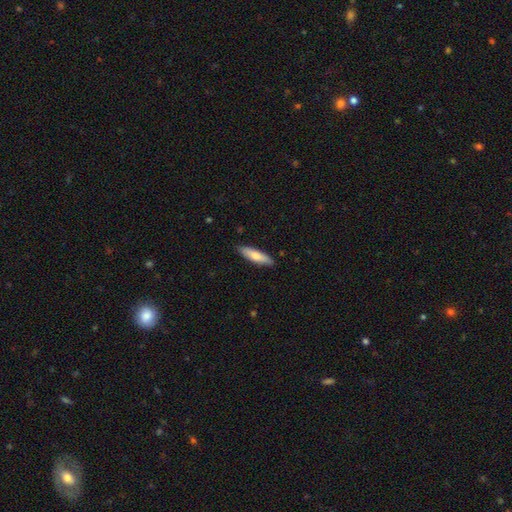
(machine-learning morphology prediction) smooth_or_featured: smooth (p=0.73) [alt: featured or disk p=0.22]
how_rounded: cigar-shaped (p=0.67) [alt: in between p=0.32]
merging: none (p=0.87) [alt: minor disturbance p=0.10]